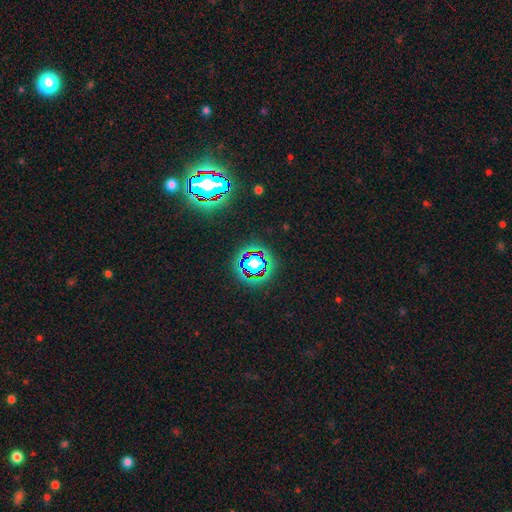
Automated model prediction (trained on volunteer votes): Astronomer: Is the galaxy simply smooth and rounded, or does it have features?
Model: star or artifact — 78%.